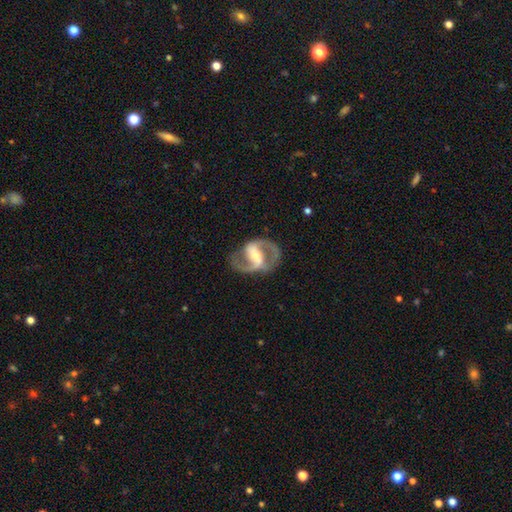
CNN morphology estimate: This appears to be a featured or disk galaxy (90%) with a strong bar (57%), 2 (93%) medium (59%) spiral arms (95%) and a moderate central bulge (47%). Merging: none (79%).